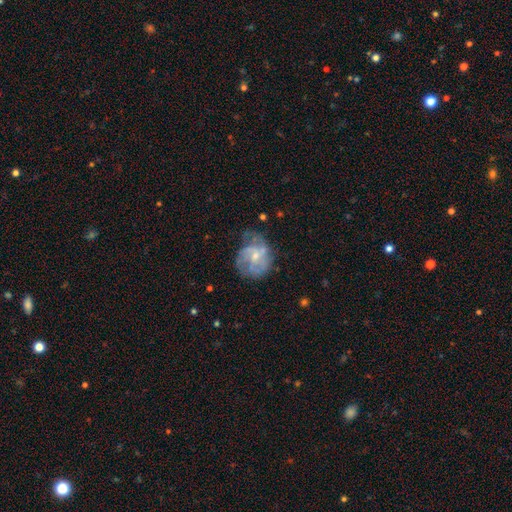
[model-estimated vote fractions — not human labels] Smooth or featured?
  - featured or disk: 67% *
  - smooth: 25%
  - star or artifact: 8%
Edge-on disk?
  - no: 98% *
  - yes: 2%
Bar?
  - no: 60% *
  - weak: 34%
  - strong: 5%
Spiral arms?
  - yes: 70% *
  - no: 30%
Bulge size?
  - small: 60% *
  - moderate: 31%
  - none: 7%
  - large: 1%
  - dominant: 1%
Merging?
  - none: 50% *
  - minor disturbance: 27%
  - major disturbance: 21%
  - merger: 3%